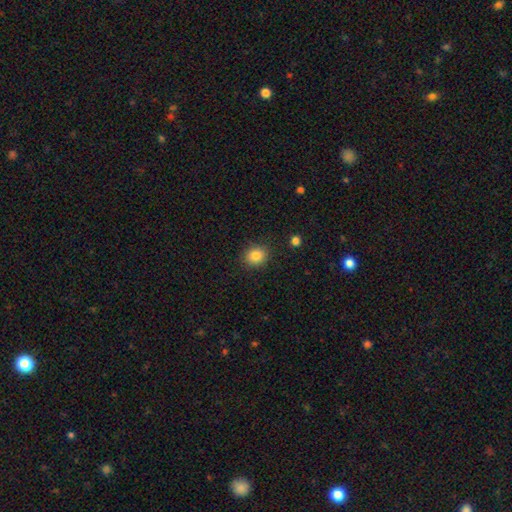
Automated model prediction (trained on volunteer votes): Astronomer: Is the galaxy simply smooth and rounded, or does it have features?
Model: smooth — 84%.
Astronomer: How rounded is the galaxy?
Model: round — 75%.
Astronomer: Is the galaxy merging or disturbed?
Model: none — 87%.